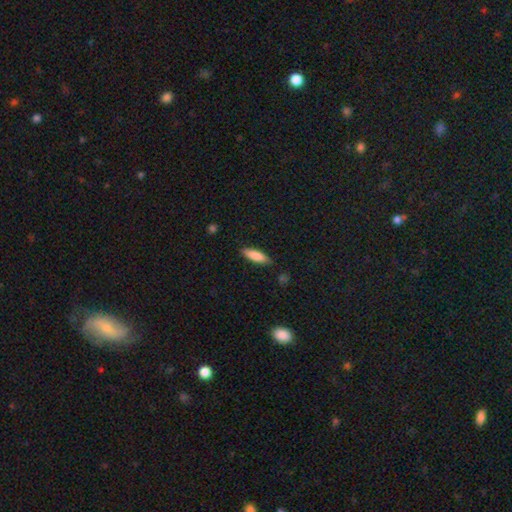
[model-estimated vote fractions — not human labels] Q: Smooth or featured?
A: smooth (85%); runner-up: featured or disk (9%)
Q: How rounded?
A: cigar-shaped (52%); runner-up: in between (47%)
Q: Merging?
A: none (85%); runner-up: minor disturbance (12%)